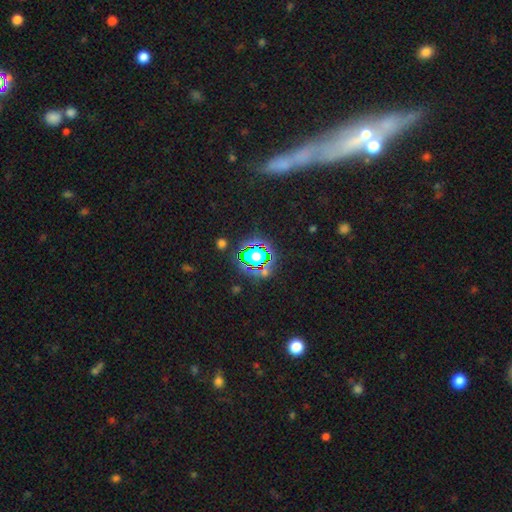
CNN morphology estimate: This appears to be a star or artifact, not a galaxy (61%).